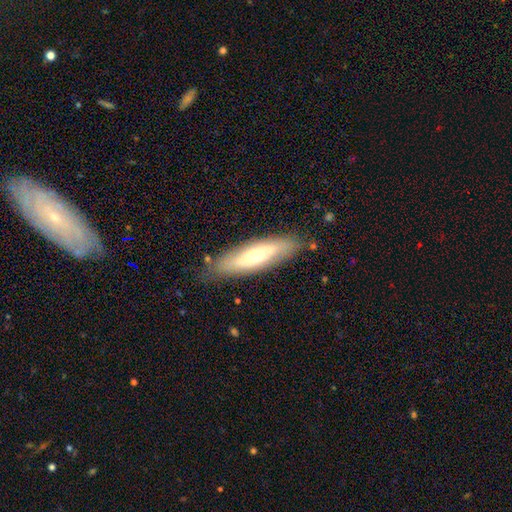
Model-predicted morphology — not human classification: A smooth galaxy with no disk features (49%). Merging: none (82%).